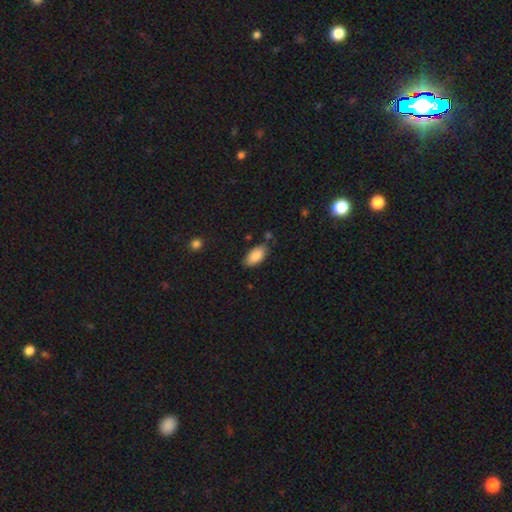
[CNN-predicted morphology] Q: Smooth or featured?
A: smooth (87%); runner-up: star or artifact (7%)
Q: How rounded?
A: in between (93%); runner-up: cigar-shaped (4%)
Q: Merging?
A: none (73%); runner-up: minor disturbance (19%)